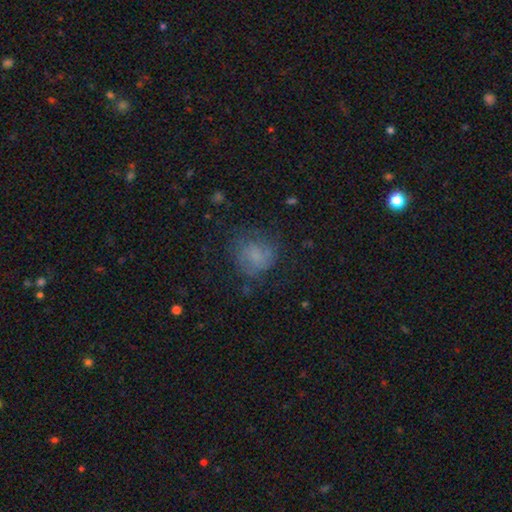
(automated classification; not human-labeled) Overall: smooth (66%). How rounded: round (76%). Merging: none (60%; minor disturbance 22%).